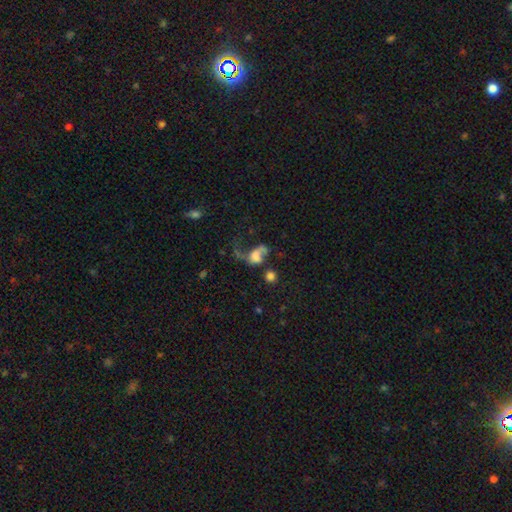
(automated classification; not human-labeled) Overall: smooth (46%; featured or disk 39%). Merging: major disturbance (45%; merger 27%).